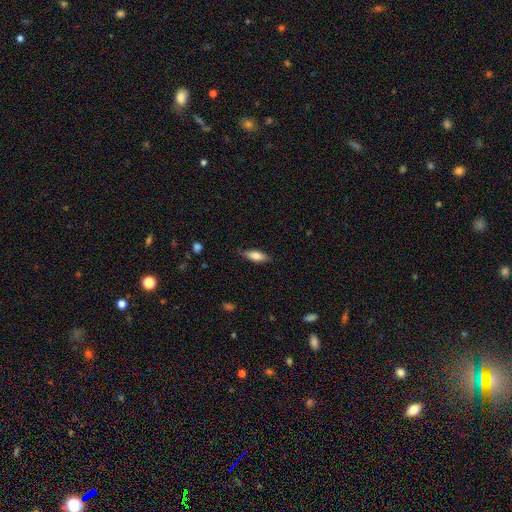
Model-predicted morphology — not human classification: The model was most divided on "how rounded": in between: 62%, cigar-shaped: 36%, round: 2%. More confident: merging — none (82%); smooth or featured — smooth (77%).